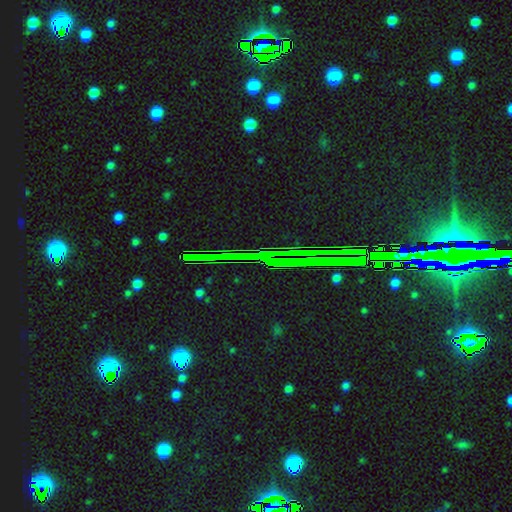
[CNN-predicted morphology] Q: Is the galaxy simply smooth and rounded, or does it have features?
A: star or artifact — 79%.